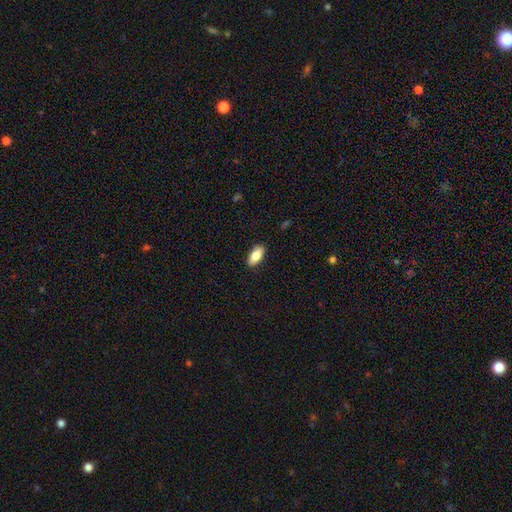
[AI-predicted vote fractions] Overall: smooth (76%). How rounded: in between (83%). Merging: none (88%).